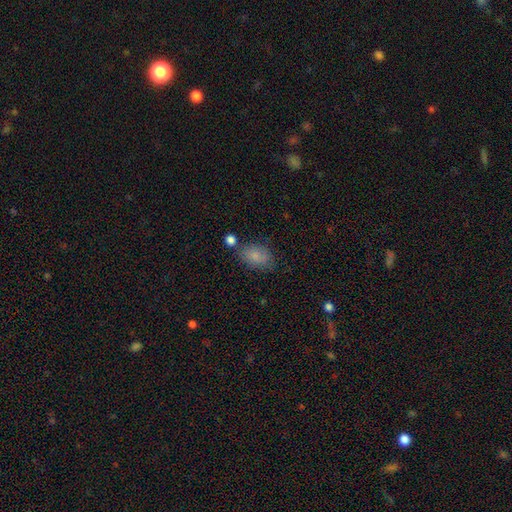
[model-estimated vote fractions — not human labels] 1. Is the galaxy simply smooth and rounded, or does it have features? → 81% smooth, 10% featured or disk, 9% star or artifact.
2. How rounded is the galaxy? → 85% in between, 13% round, 2% cigar-shaped.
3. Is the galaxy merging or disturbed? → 68% none, 19% minor disturbance, 7% merger, 6% major disturbance.